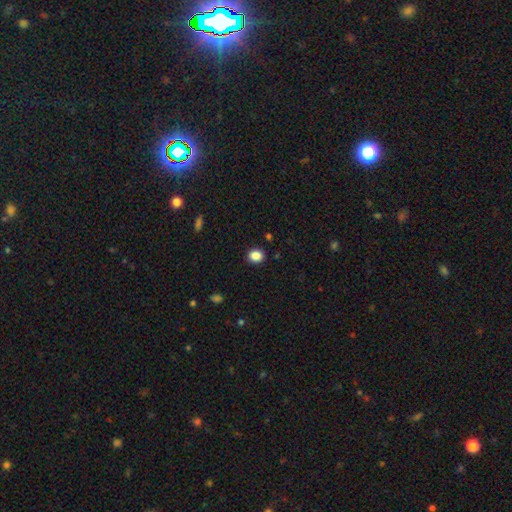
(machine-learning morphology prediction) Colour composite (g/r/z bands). It shows a smooth galaxy with no disk features (87%) that is round (58%). Merging: none (90%).